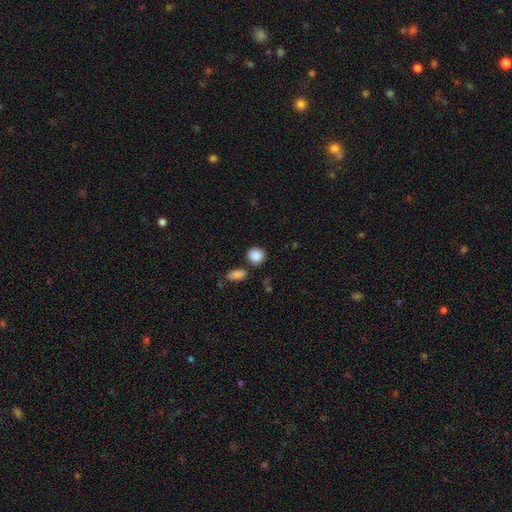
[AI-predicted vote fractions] The model was most divided on "how rounded": round: 82%, in between: 16%, cigar-shaped: 1%. More confident: smooth or featured — smooth (88%); merging — none (77%).